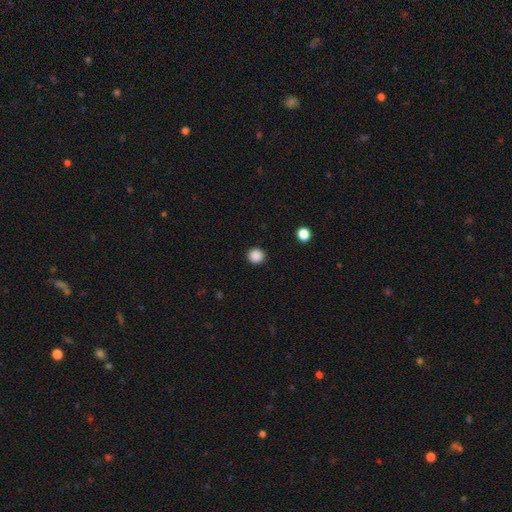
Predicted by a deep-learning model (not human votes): Smooth or featured: smooth — 88% (star or artifact — 10%)
How rounded: round — 92% (in between — 7%)
Merging: none — 92% (minor disturbance — 5%)